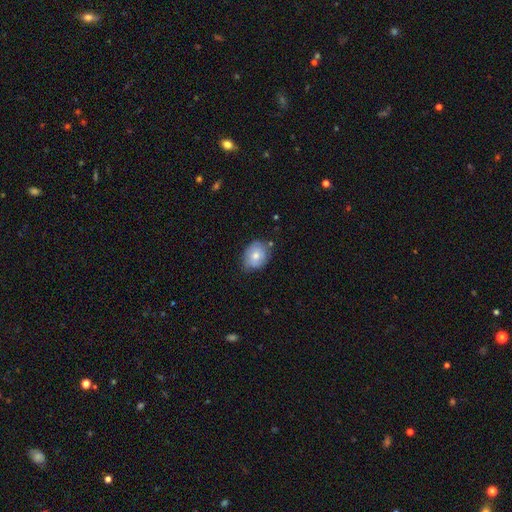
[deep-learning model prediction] A smooth galaxy with no disk features (66%) that is in between round and cigar-shaped (55%). Merging: none (67%).